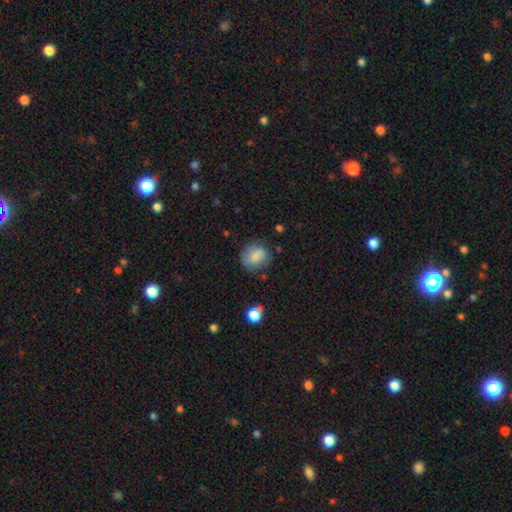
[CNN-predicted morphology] smooth 73%, featured or disk 18%, star or artifact 9%. Down the decision tree: how rounded — round (66%); merging — none (60%).